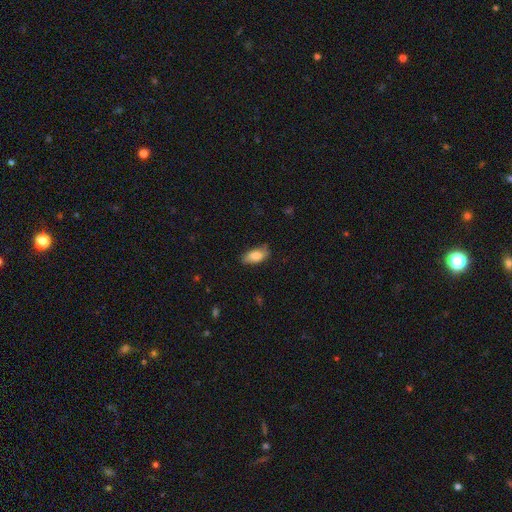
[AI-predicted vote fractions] A smooth galaxy with no disk features (78%) that is in between round and cigar-shaped (85%). Merging: none (72%).